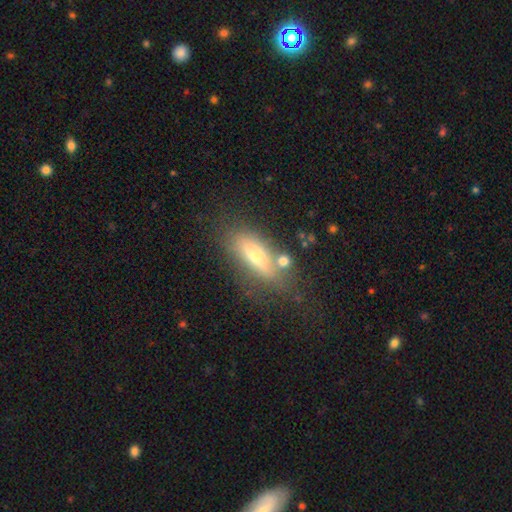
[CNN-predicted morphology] A smooth galaxy with no disk features (54%) that is in between round and cigar-shaped (62%).

Vote fractions:
- Smooth or featured? smooth: 54% / featured or disk: 36% / star or artifact: 9%
- How rounded? in between: 62% / cigar-shaped: 33% / round: 5%
- Merging? none: 62% / minor disturbance: 18% / merger: 11% / major disturbance: 9%